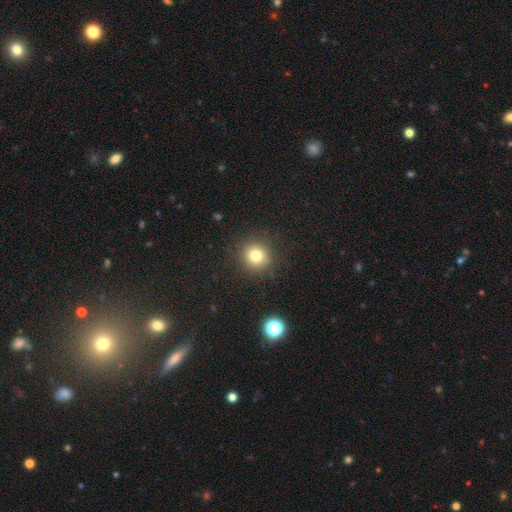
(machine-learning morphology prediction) Smooth or featured: smooth — 78% (star or artifact — 14%)
How rounded: round — 92% (in between — 7%)
Merging: none — 90% (minor disturbance — 6%)